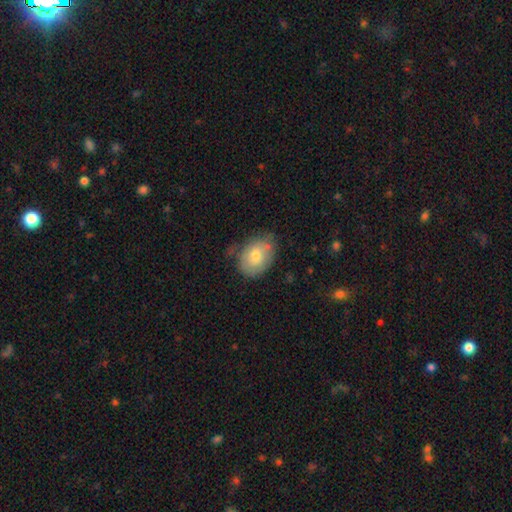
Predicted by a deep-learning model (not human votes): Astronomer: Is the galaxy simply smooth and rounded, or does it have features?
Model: smooth — 72%.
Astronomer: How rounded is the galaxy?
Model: in between — 77%.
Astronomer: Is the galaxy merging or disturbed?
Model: none — 62%.